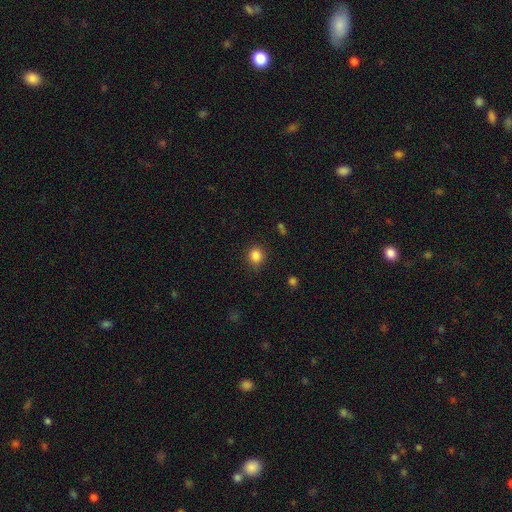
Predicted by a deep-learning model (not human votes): Q: Smooth or featured?
A: smooth (85%); runner-up: star or artifact (11%)
Q: How rounded?
A: round (84%); runner-up: in between (15%)
Q: Merging?
A: none (85%); runner-up: minor disturbance (11%)